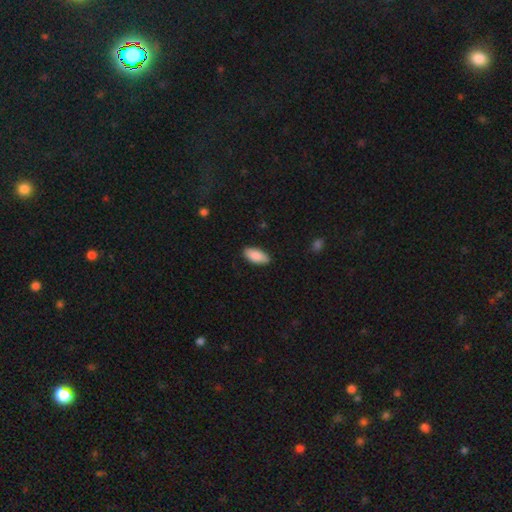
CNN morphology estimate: smooth-or-featured: smooth: 88% | featured or disk: 6% | star or artifact: 6%
  how-rounded: in between: 91% | cigar-shaped: 8% | round: 2%
  merging: none: 87% | minor disturbance: 10% | major disturbance: 2% | merger: 1%